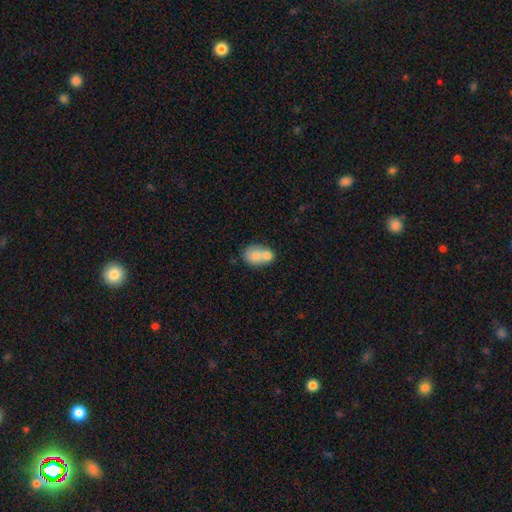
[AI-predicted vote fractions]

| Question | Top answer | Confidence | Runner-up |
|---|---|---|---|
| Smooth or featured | smooth | 73% | featured or disk (19%) |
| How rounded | in between | 68% | round (31%) |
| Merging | merger | 60% | none (27%) |